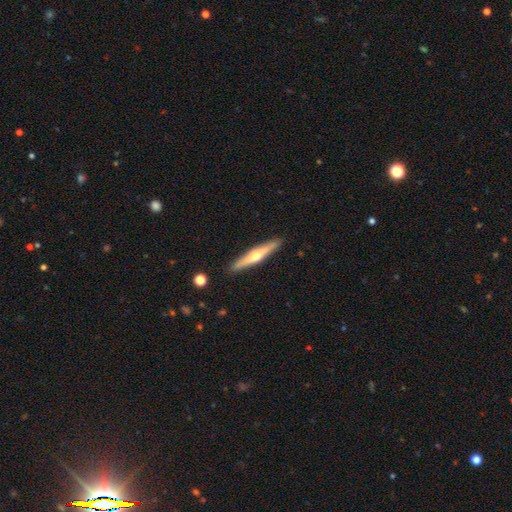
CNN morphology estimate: A featured or disk galaxy (61%) viewed edge-on (97%) with a rounded central bulge (89%).

Vote fractions:
- Smooth or featured? featured or disk: 61% / smooth: 34% / star or artifact: 5%
- Edge-on disk? yes: 97% / no: 3%
- Edge-on bulge? rounded: 89% / none: 7% / boxy: 4%
- Merging? none: 91% / minor disturbance: 7% / major disturbance: 1% / merger: 1%